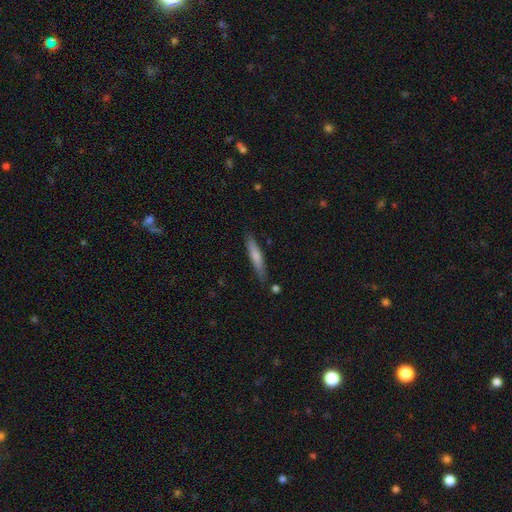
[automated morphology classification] This is likely a smooth galaxy (71%). How rounded: clearly cigar-shaped (89%). Merging: clearly none (81%).